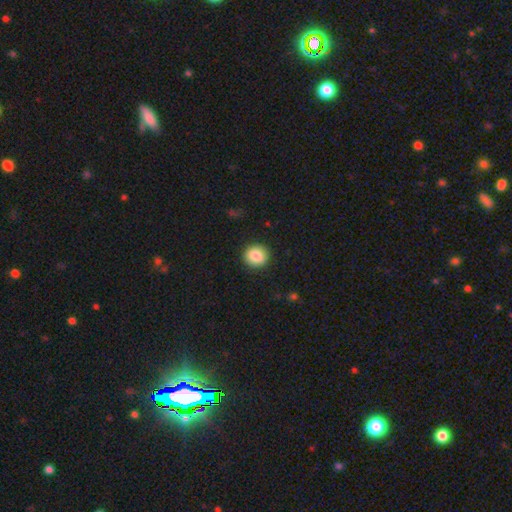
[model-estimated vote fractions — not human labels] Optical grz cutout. It shows a smooth galaxy with no disk features (86%) that is round (86%). Merging: none (91%).